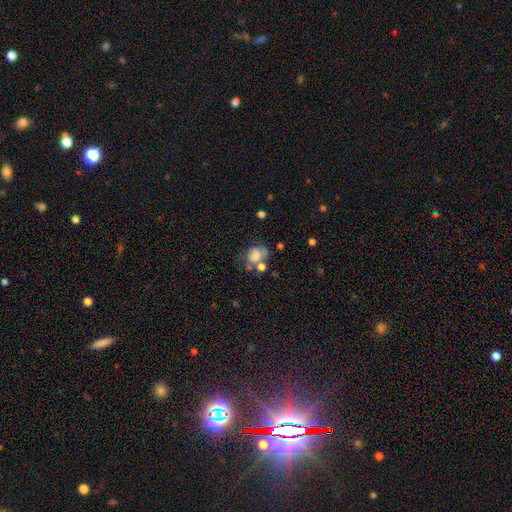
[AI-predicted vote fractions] A smooth galaxy with no disk features (73%) that is in between round and cigar-shaped (57%). Merging: none (35%).